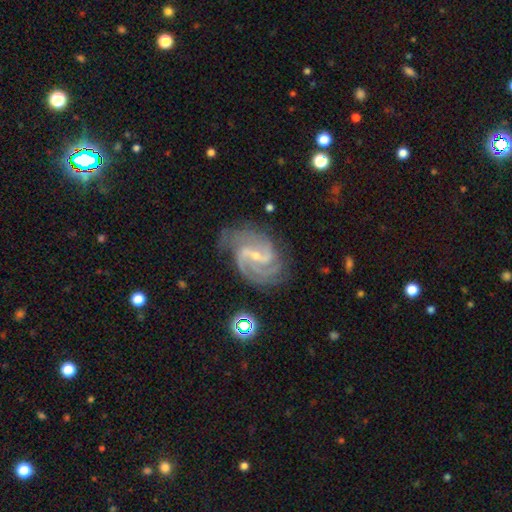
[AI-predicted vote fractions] This is clearly a featured or disk galaxy (91%). It is clearly not viewed edge-on (98%). Bar: possibly weak (48%). Spiral arm pattern: clearly yes (98%). Spiral arm count: marginally 2 (39%). Spiral winding: possibly medium (51%). Central bulge: likely small (75%). Merging: likely none (70%).